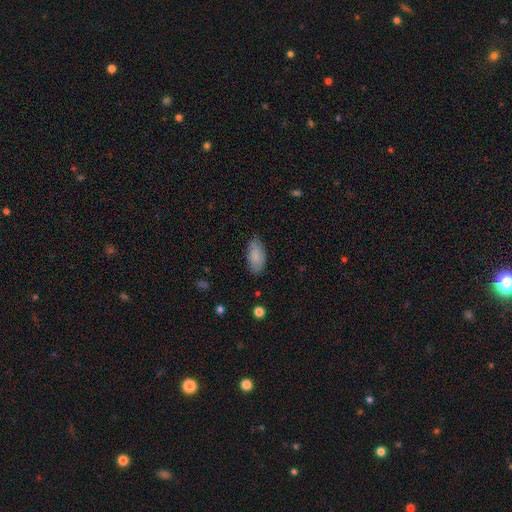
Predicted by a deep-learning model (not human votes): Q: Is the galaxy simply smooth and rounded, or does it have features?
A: smooth — 84%.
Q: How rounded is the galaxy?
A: in between — 92%.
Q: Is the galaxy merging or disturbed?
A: none — 78%.